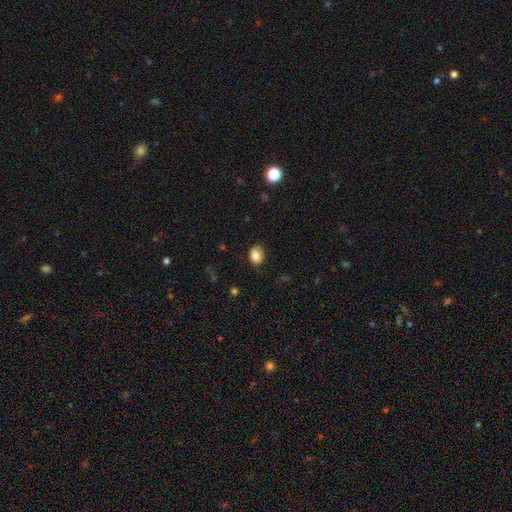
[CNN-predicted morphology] Overall: smooth (85%). How rounded: in between (56%; round 43%). Merging: none (74%).